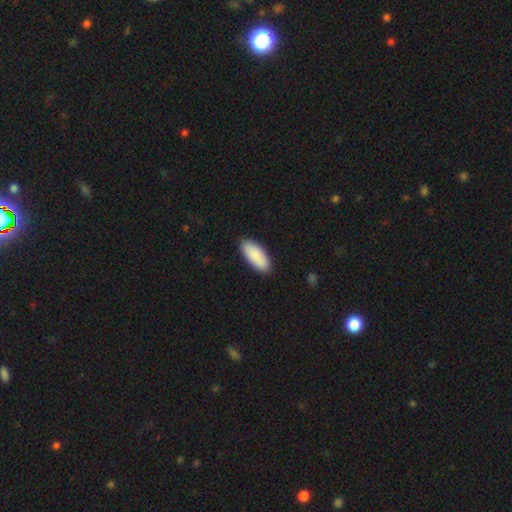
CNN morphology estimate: The model was most divided on "how rounded": in between: 85%, cigar-shaped: 14%, round: 2%. More confident: smooth or featured — smooth (90%); merging — none (88%).